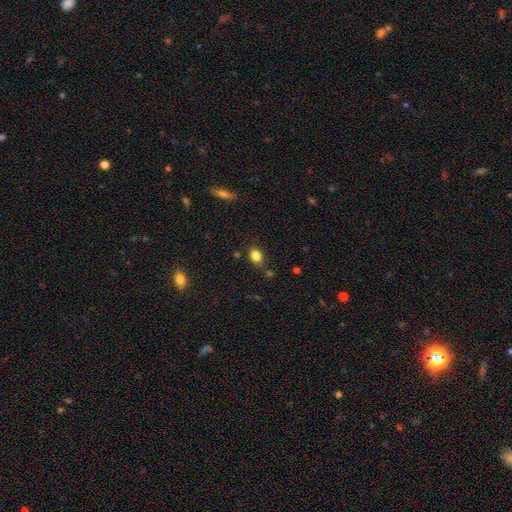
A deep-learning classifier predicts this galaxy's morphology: Overall: smooth (83%). How rounded: in between (64%; round 35%). Merging: none (76%).